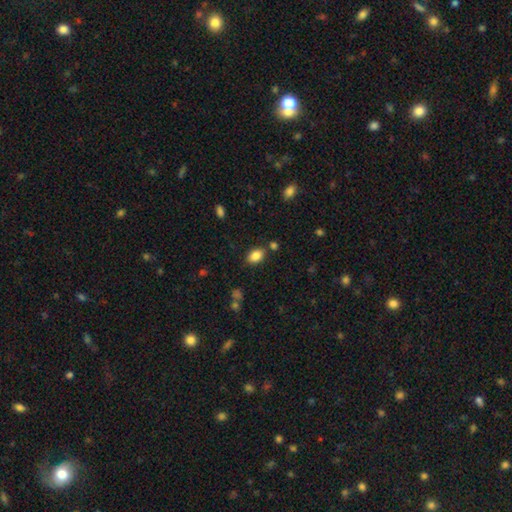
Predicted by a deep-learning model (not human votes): Q: Smooth or featured?
A: smooth (86%); runner-up: star or artifact (9%)
Q: How rounded?
A: in between (84%); runner-up: round (15%)
Q: Merging?
A: none (80%); runner-up: minor disturbance (11%)